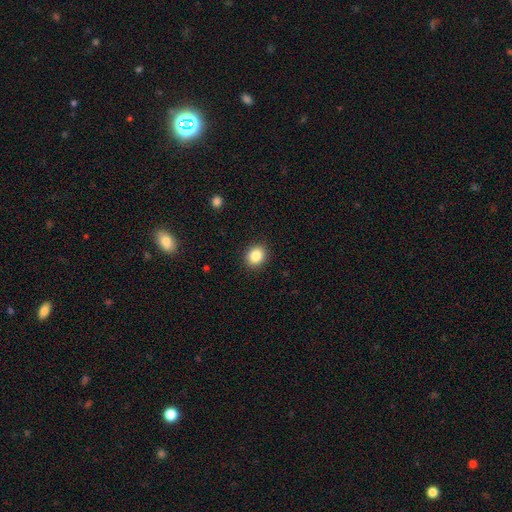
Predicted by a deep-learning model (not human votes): Morphology: type=smooth (85%); roundness=round (66%); merging=none (91%).